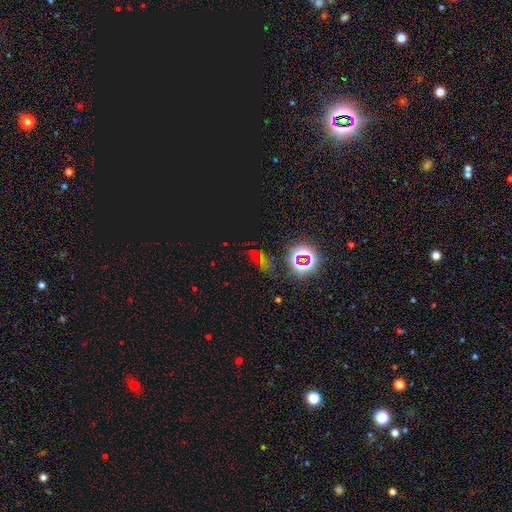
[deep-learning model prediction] A star or artifact, not a galaxy (64%).